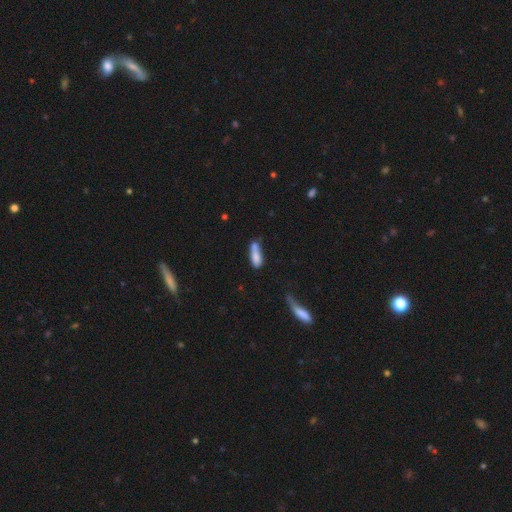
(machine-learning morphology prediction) smooth-or-featured: smooth: 77% | featured or disk: 15% | star or artifact: 8%
  how-rounded: in between: 54% | cigar-shaped: 44% | round: 2%
  merging: none: 37% | merger: 26% | minor disturbance: 25% | major disturbance: 11%